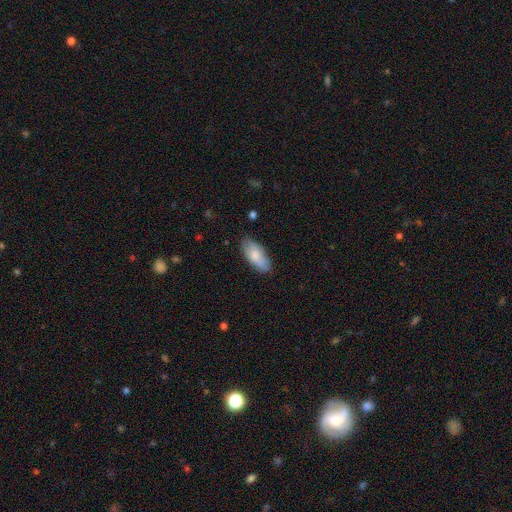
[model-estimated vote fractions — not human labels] The model was most divided on "merging": none: 75%, minor disturbance: 20%, major disturbance: 4%, merger: 2%. More confident: how rounded — in between (88%); smooth or featured — smooth (79%).